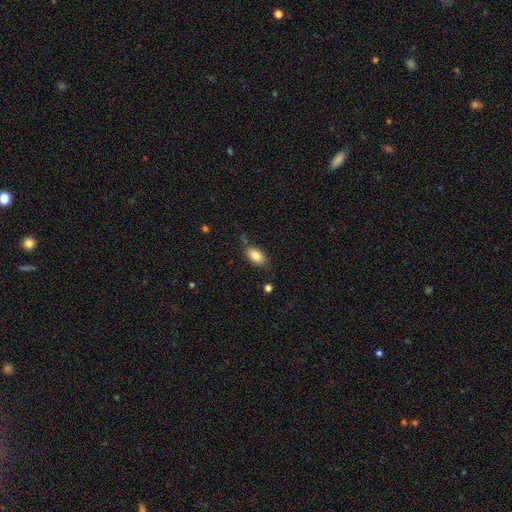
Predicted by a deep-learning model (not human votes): Smooth or featured? Predicted: smooth (p=0.83). How rounded? Predicted: in between (p=0.91). Merging? Predicted: none (p=0.74).